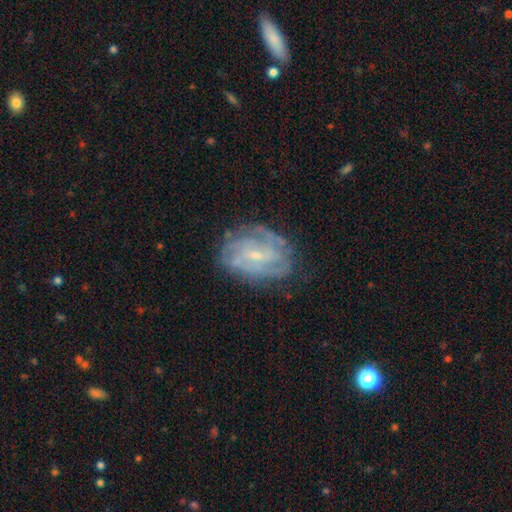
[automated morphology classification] This appears to be a featured or disk galaxy (78%) with a weak bar (51%), tight (59%) spiral arms (86%) and a small central bulge (74%). Merging: none (71%).